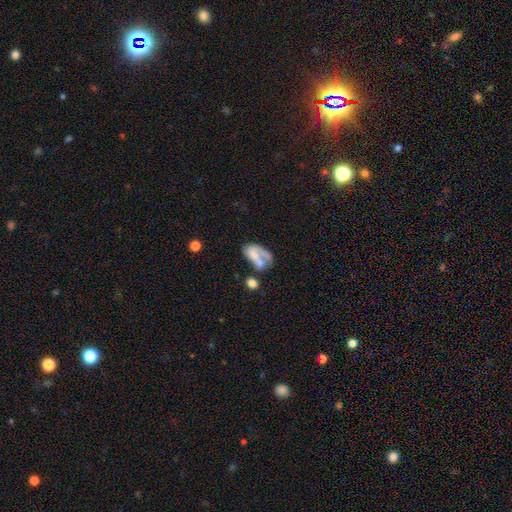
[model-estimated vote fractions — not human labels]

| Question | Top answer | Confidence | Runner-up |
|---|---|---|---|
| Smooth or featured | smooth | 45% | tied: featured or disk (45%) |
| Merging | merger | 32% | major disturbance (27%) |